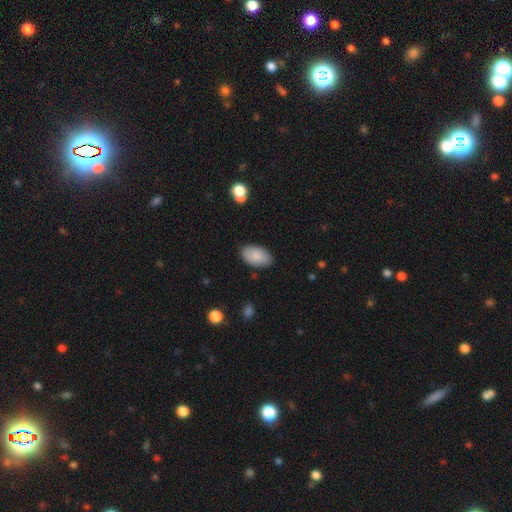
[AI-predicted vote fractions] smooth_or_featured: smooth (p=0.85) [alt: featured or disk p=0.09]
how_rounded: in between (p=0.95) [alt: round p=0.04]
merging: none (p=0.85) [alt: minor disturbance p=0.12]